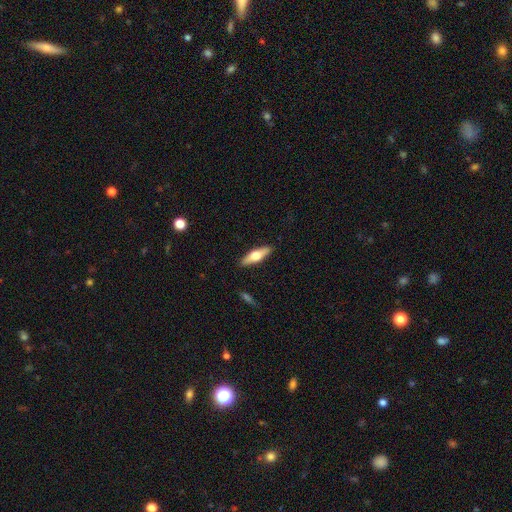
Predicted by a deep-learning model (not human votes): Morphology: type=featured or disk (49%); merging=none (89%).